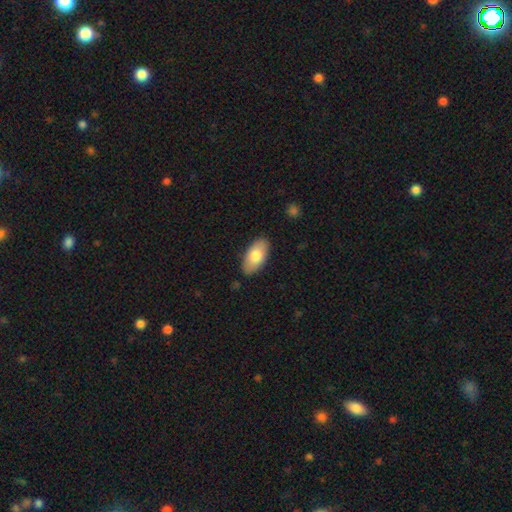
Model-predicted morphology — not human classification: A smooth galaxy with no disk features (77%) that is in between round and cigar-shaped (94%).

Vote fractions:
- Smooth or featured? smooth: 77% / featured or disk: 17% / star or artifact: 6%
- How rounded? in between: 94% / cigar-shaped: 3% / round: 3%
- Merging? none: 87% / minor disturbance: 10% / major disturbance: 2% / merger: 1%